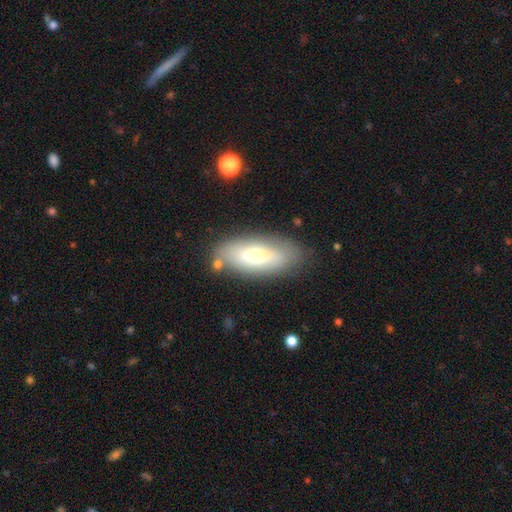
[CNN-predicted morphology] Overall: smooth (62%; featured or disk 30%). How rounded: in between (76%). Merging: none (78%).